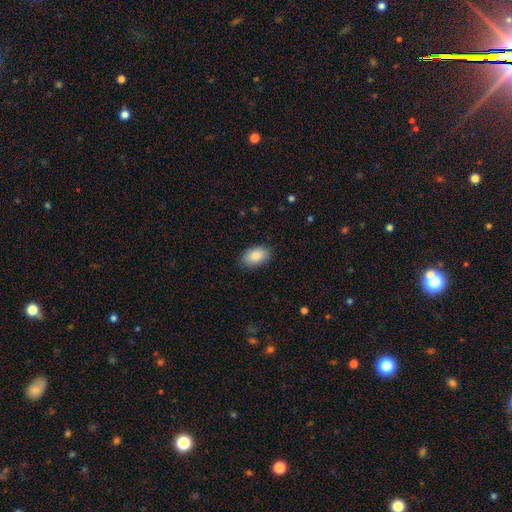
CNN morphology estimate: smooth-or-featured: smooth: 88% | star or artifact: 7% | featured or disk: 6%
  how-rounded: in between: 93% | round: 6% | cigar-shaped: 1%
  merging: none: 86% | minor disturbance: 11% | major disturbance: 2% | merger: 1%